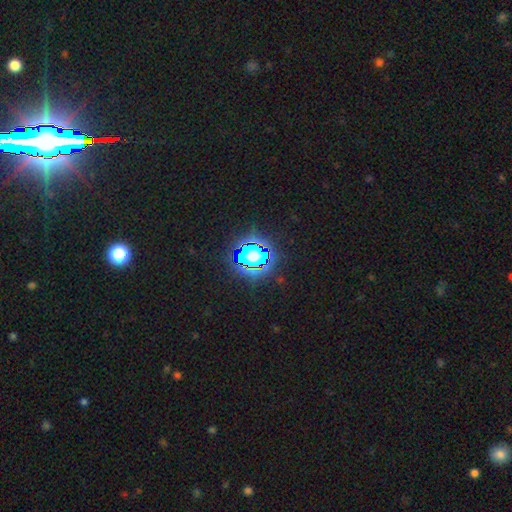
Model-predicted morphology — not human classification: A star or artifact, not a galaxy (73%).